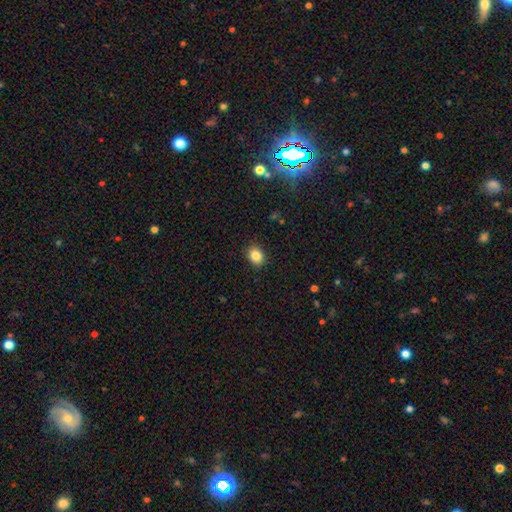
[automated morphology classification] Smooth or featured? smooth (85%)
How rounded? in between (53%)
Merging? none (90%)